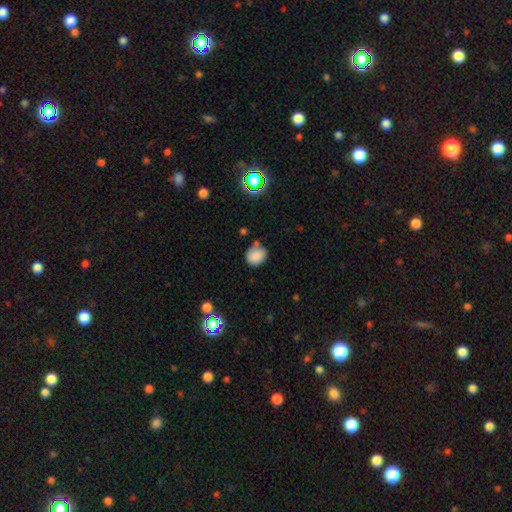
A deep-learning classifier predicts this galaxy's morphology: This is clearly a smooth galaxy (83%). How rounded: likely round (71%). Merging: possibly none (59%).